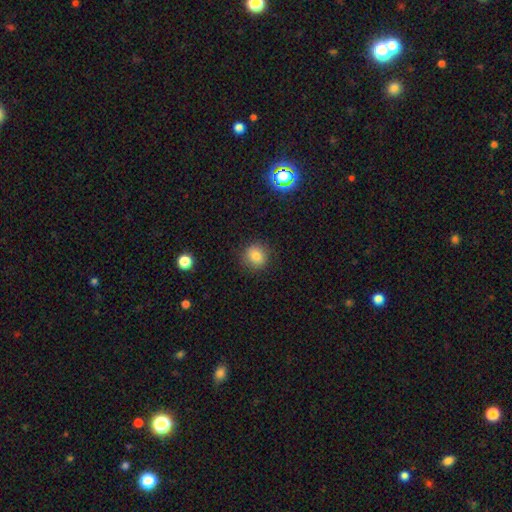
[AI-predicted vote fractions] Smooth or featured? Predicted: smooth (p=0.80). How rounded? Predicted: round (p=0.84). Merging? Predicted: none (p=0.86).